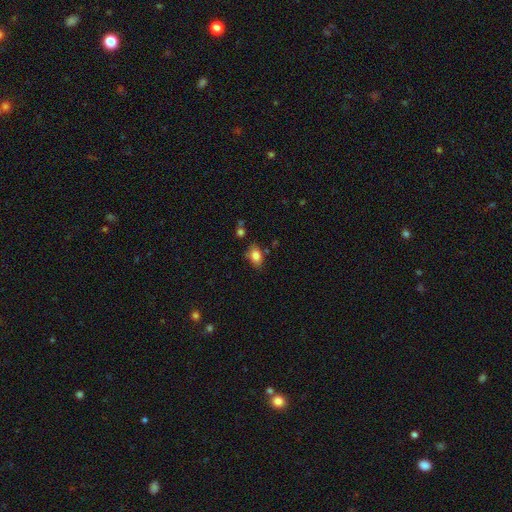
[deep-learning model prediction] Smooth or featured: smooth — 83% (star or artifact — 9%)
How rounded: in between — 84% (round — 14%)
Merging: none — 74% (minor disturbance — 18%)